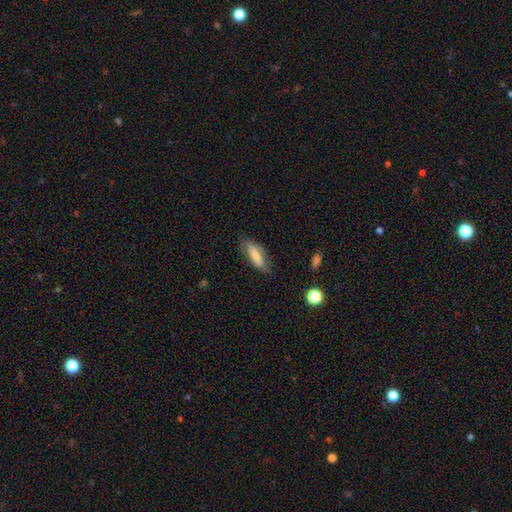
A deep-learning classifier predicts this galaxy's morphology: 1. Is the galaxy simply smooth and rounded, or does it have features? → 70% smooth, 24% featured or disk, 7% star or artifact.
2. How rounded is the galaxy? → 52% in between, 46% cigar-shaped, 2% round.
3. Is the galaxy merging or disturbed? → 77% none, 18% minor disturbance, 4% major disturbance, 1% merger.